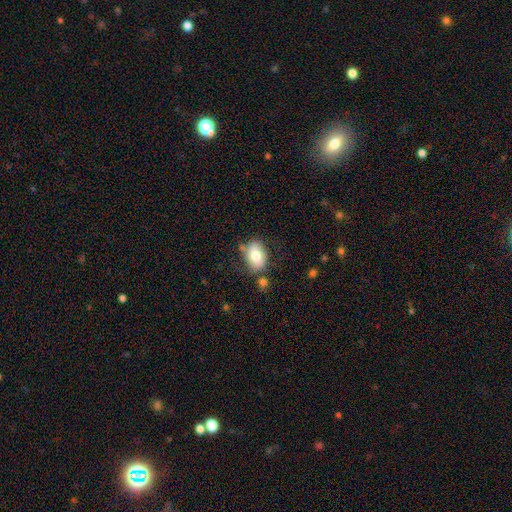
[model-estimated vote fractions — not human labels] Smooth or featured? Predicted: smooth (p=0.74). How rounded? Predicted: in between (p=0.84). Merging? Predicted: none (p=0.69).